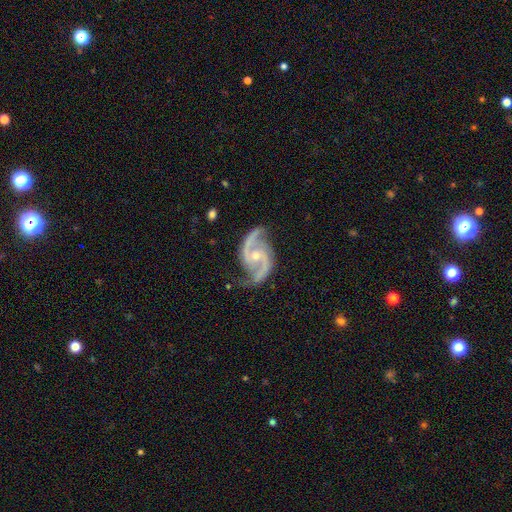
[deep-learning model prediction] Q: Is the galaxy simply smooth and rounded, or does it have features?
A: featured or disk — 93%.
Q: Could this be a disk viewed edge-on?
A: no — 98%.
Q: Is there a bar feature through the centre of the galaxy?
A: no — 54%.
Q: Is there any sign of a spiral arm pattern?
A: yes — 99%.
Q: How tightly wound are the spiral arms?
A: medium — 61%.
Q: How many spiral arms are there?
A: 2 — 93%.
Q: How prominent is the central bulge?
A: small — 51%.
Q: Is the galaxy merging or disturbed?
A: none — 76%.